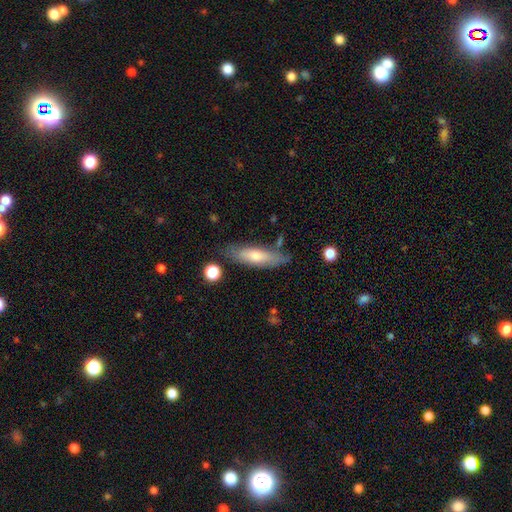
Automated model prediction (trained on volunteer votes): Smooth or featured: smooth — 61% (featured or disk — 33%)
How rounded: cigar-shaped — 67% (in between — 31%)
Merging: none — 76% (minor disturbance — 16%)